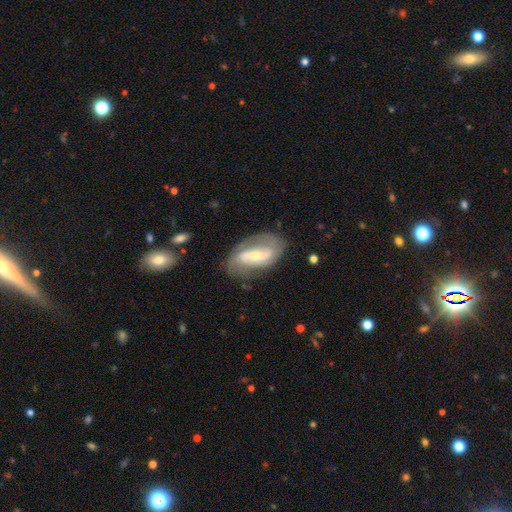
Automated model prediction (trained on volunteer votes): The model was most divided on "spiral winding": medium: 39%, loose: 37%, tight: 24%. Remaining: edge-on disk — no (93%); spiral arms — yes (84%); spiral arm count — 2 (79%); smooth or featured — featured or disk (75%); merging — none (70%); bulge size — small (50%); bar — strong (44%).